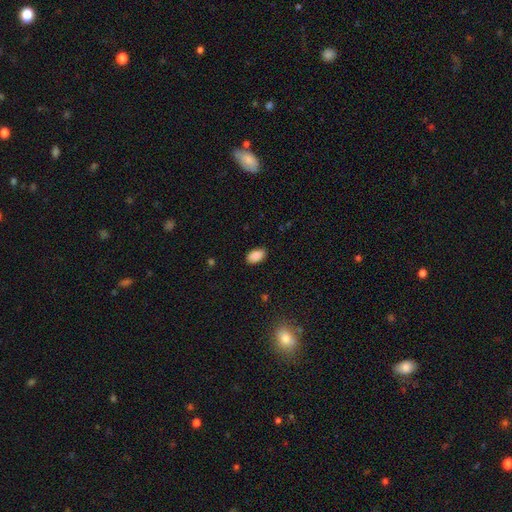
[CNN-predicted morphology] The model was most divided on "merging": none: 88%, minor disturbance: 9%, major disturbance: 2%, merger: 1%. More confident: how rounded — in between (94%); smooth or featured — smooth (89%).